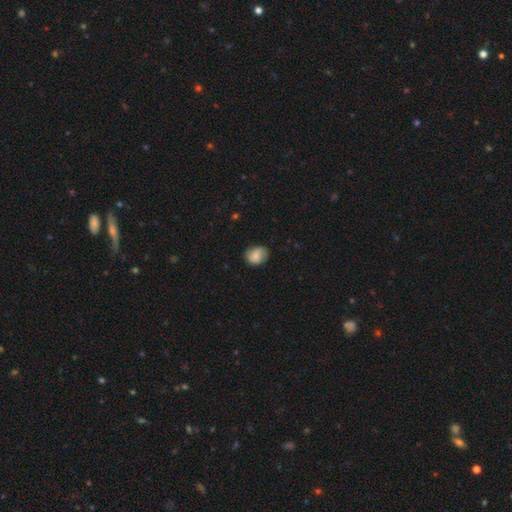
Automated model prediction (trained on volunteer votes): Smooth or featured? Predicted: smooth (p=0.80). How rounded? Predicted: round (p=0.56). Merging? Predicted: none (p=0.73).